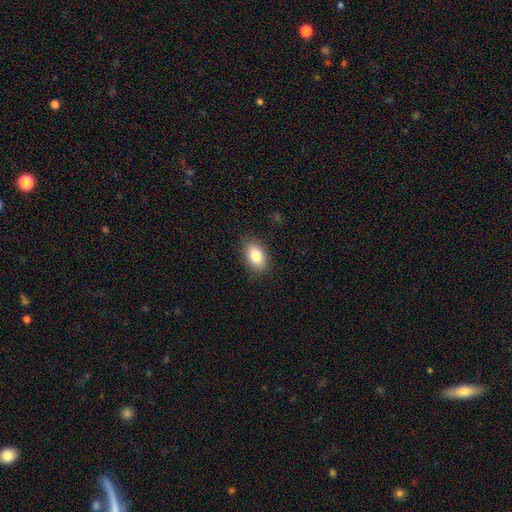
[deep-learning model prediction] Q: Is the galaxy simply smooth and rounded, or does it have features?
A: smooth — 84%.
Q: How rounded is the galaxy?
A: in between — 88%.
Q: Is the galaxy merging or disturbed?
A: none — 86%.